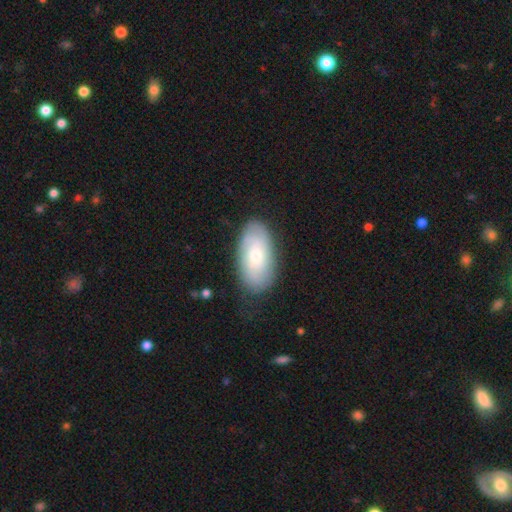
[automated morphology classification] The model was most divided on "smooth or featured": smooth: 51%, featured or disk: 43%, star or artifact: 6%. More confident: how rounded — in between (93%); merging — none (80%).